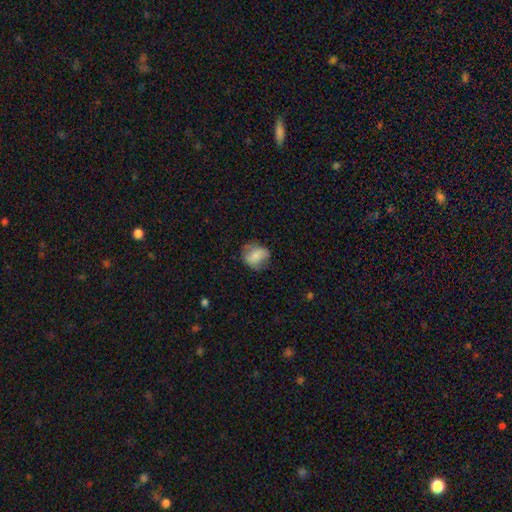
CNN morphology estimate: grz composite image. It shows a smooth galaxy with no disk features (64%) that is round (60%). Merging: none (64%).